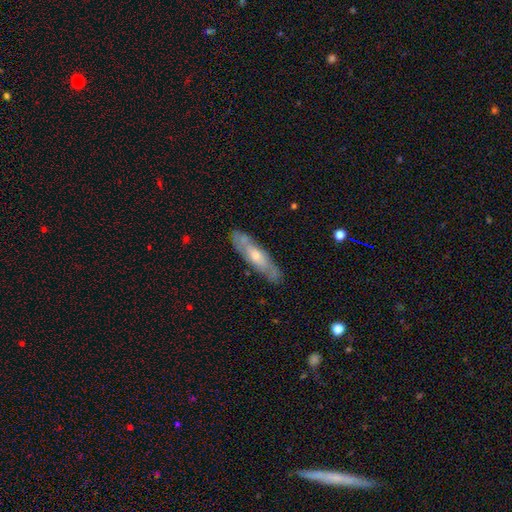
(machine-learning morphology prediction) Smooth or featured? Predicted: featured or disk (p=0.64). Edge-on disk? Predicted: no (p=0.57). Merging? Predicted: none (p=0.80).